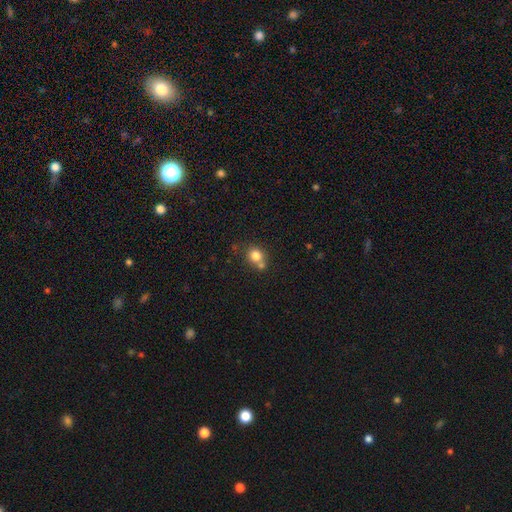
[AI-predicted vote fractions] Smooth or featured?
  - smooth: 79% *
  - star or artifact: 11%
  - featured or disk: 10%
How rounded?
  - round: 77% *
  - in between: 22%
  - cigar-shaped: 1%
Merging?
  - none: 51% *
  - merger: 36%
  - minor disturbance: 10%
  - major disturbance: 4%